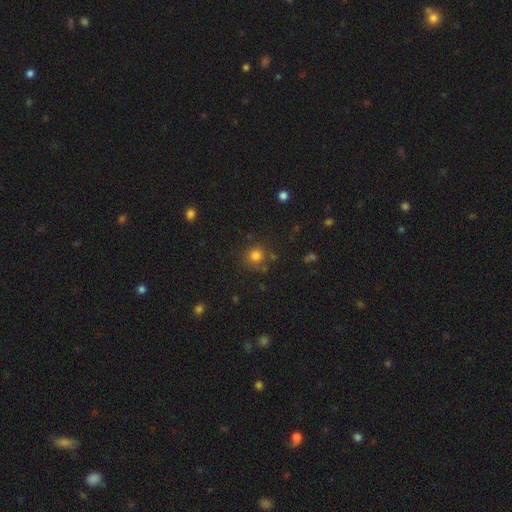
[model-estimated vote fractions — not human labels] Overall: smooth (79%). How rounded: round (90%). Merging: none (75%).